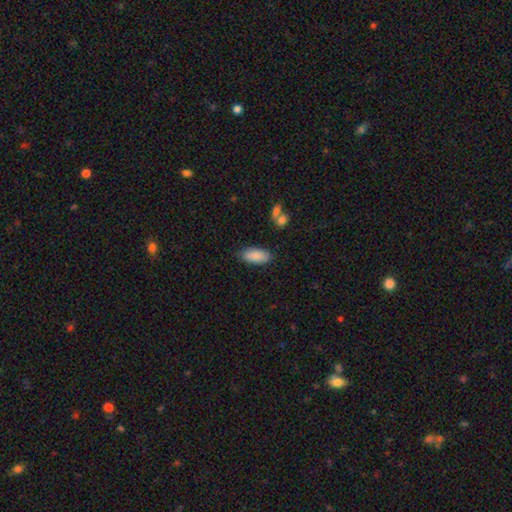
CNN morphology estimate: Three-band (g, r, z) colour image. It shows a smooth galaxy with no disk features (87%) that is in between round and cigar-shaped (90%). Merging: none (82%).